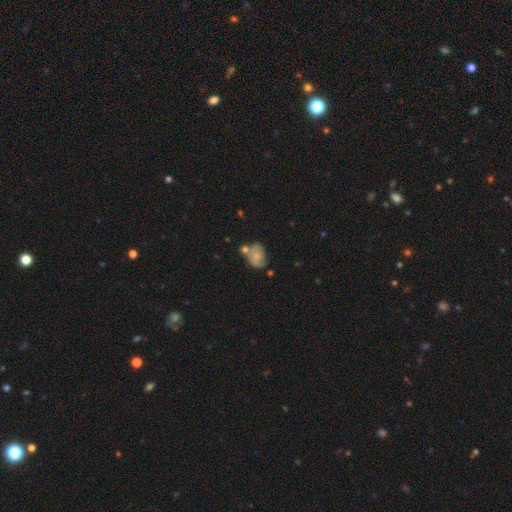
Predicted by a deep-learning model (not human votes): Smooth or featured?
  - smooth: 55% *
  - featured or disk: 37%
  - star or artifact: 9%
How rounded?
  - in between: 72% *
  - round: 27%
  - cigar-shaped: 1%
Merging?
  - none: 42% *
  - minor disturbance: 26%
  - merger: 22%
  - major disturbance: 11%